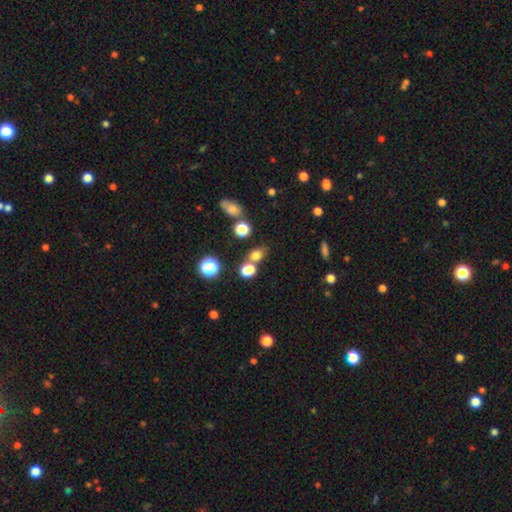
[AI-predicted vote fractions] Smooth or featured? smooth (73%)
How rounded? round (55%)
Merging? none (58%)